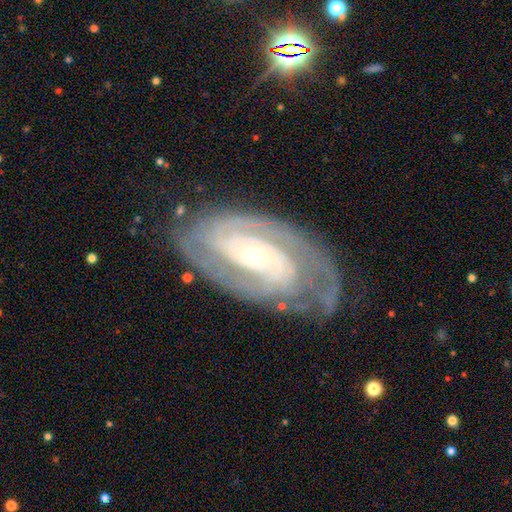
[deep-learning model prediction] A featured or disk galaxy (88%) with no bar (64%), 2 (39%) tight (70%) spiral arms (96%) and a small central bulge (78%).

Vote fractions:
- Smooth or featured? featured or disk: 88% / smooth: 7% / star or artifact: 6%
- Edge-on disk? no: 95% / yes: 5%
- Bar? no: 64% / weak: 23% / strong: 13%
- Spiral arms? yes: 96% / no: 4%
- Spiral winding? tight: 70% / medium: 25% / loose: 5%
- Spiral arm count? 2: 39% / can't tell: 24% / 3: 17% / 4: 9% / more than 4: 5% / 1: 5%
- Bulge size? small: 78% / moderate: 17% / large: 2% / none: 1% / dominant: 1%
- Merging? none: 73% / minor disturbance: 18% / major disturbance: 8% / merger: 2%